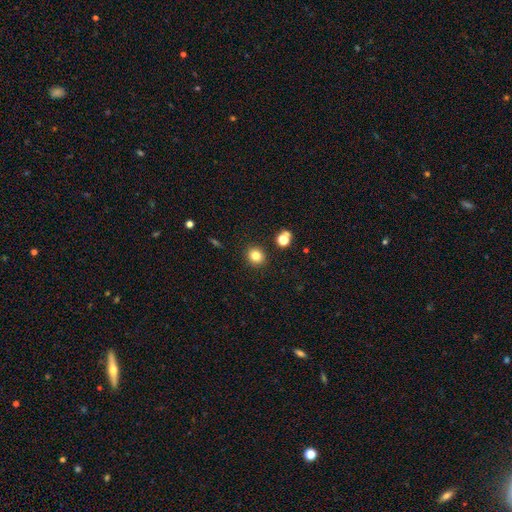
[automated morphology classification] type=smooth (81%); roundness=round (81%); merging=none (89%).